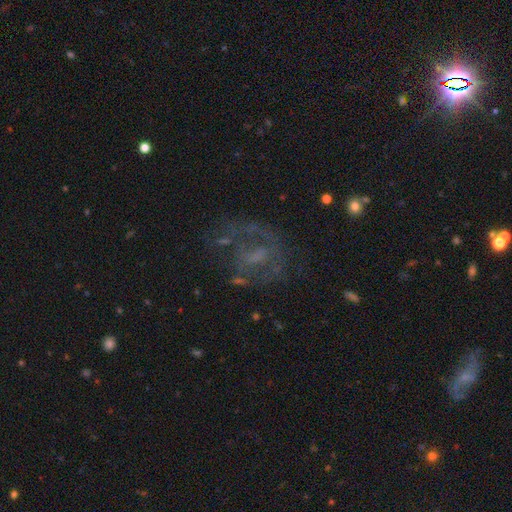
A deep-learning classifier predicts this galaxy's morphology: smooth_or_featured: featured or disk (p=0.63) [alt: star or artifact p=0.19]
disk_edge_on: no (p=0.96) [alt: yes p=0.04]
bar: no (p=0.49) [alt: weak p=0.38]
has_spiral_arms: yes (p=0.53) [alt: no p=0.47]
bulge_size: none (p=0.39) [alt: small p=0.30]
merging: none (p=0.54) [alt: major disturbance p=0.25]